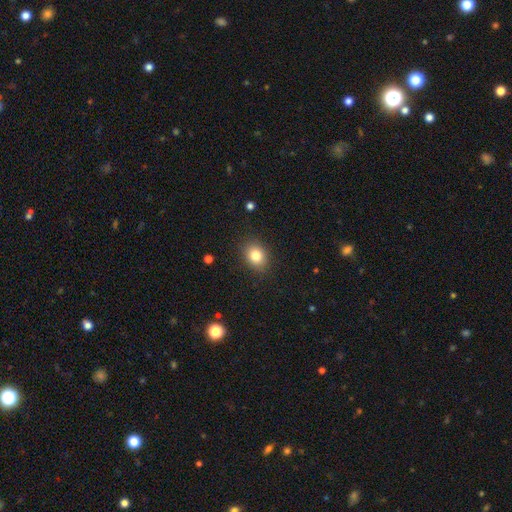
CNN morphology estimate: type=smooth (82%); roundness=in between (52%); merging=none (87%).